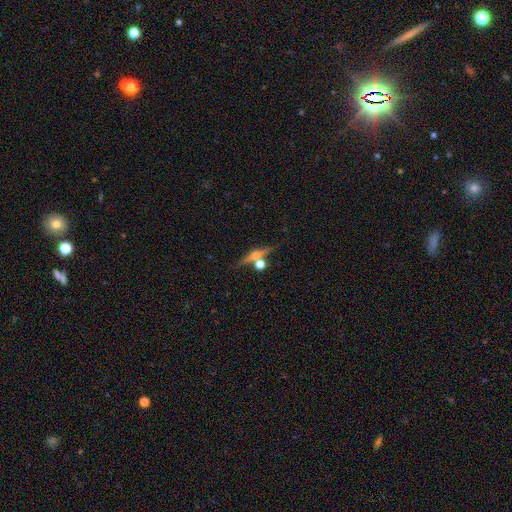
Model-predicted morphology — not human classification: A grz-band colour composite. It shows a featured or disk galaxy (63%) viewed edge-on (93%) with a rounded central bulge (85%). Merging: none (68%).